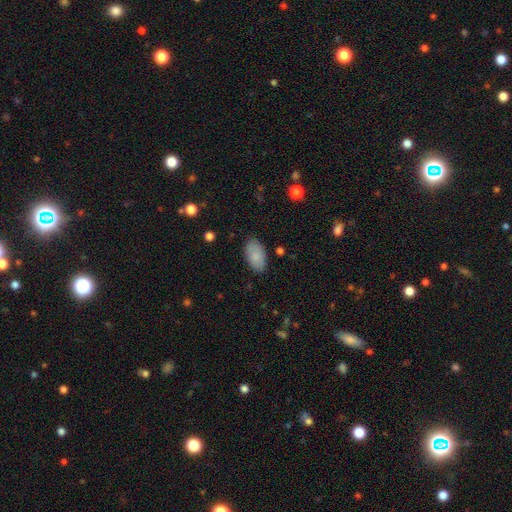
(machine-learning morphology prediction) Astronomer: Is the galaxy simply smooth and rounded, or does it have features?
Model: smooth — 84%.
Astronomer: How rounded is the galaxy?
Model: in between — 94%.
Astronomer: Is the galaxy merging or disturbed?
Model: none — 84%.